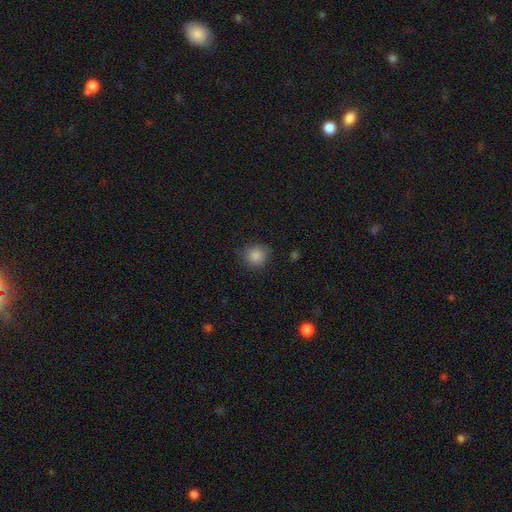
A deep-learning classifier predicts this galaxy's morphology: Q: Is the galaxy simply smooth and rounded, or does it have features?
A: smooth — 86%.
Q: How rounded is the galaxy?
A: round — 89%.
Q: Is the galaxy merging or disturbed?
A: none — 85%.